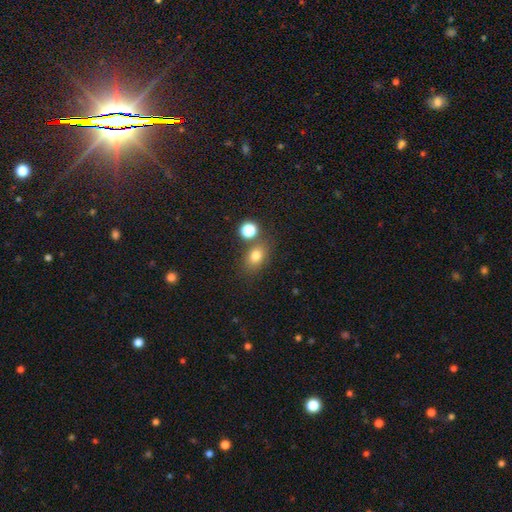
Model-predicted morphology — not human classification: The model was most divided on "how rounded": in between: 64%, round: 34%, cigar-shaped: 2%. More confident: smooth or featured — smooth (77%); merging — none (68%).